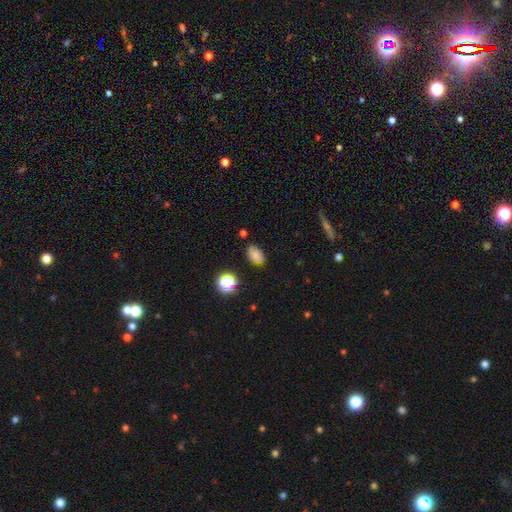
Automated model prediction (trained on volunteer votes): Overall: smooth (78%). How rounded: in between (86%). Merging: none (76%).